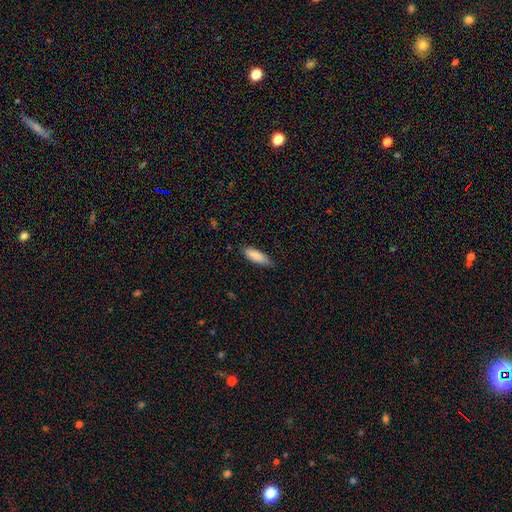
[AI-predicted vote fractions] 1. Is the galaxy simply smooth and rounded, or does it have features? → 86% smooth, 8% featured or disk, 6% star or artifact.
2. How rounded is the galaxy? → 62% in between, 37% cigar-shaped, 1% round.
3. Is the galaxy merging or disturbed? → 76% none, 20% minor disturbance, 3% major disturbance, 1% merger.